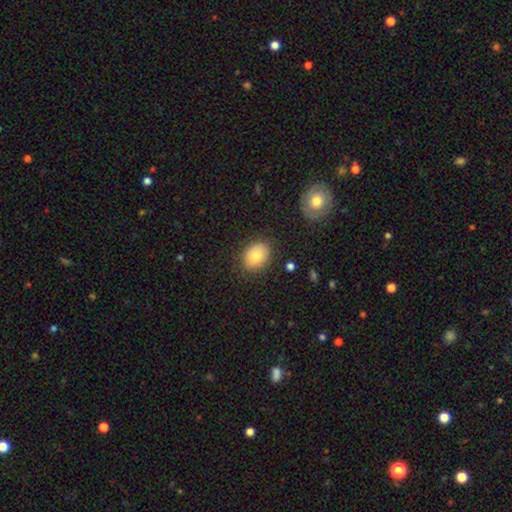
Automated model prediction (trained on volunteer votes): smooth 82%, featured or disk 10%, star or artifact 9%. Down the decision tree: how rounded — in between (62%); merging — none (84%).